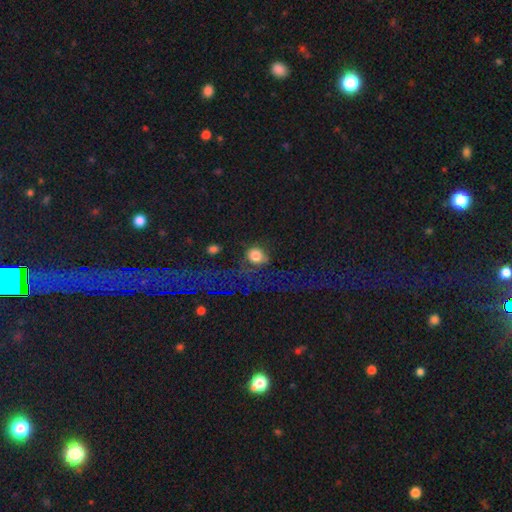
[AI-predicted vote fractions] Morphology: type=smooth (71%); roundness=round (80%); merging=none (49%).